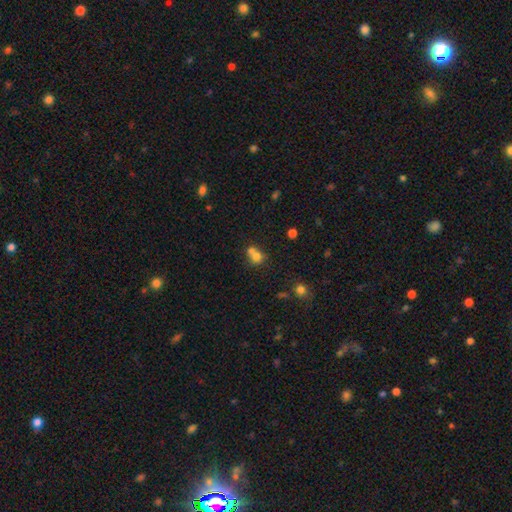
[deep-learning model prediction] smooth_or_featured: smooth (p=0.71) [alt: featured or disk p=0.15]
how_rounded: round (p=0.75) [alt: in between p=0.24]
merging: merger (p=0.58) [alt: none p=0.33]